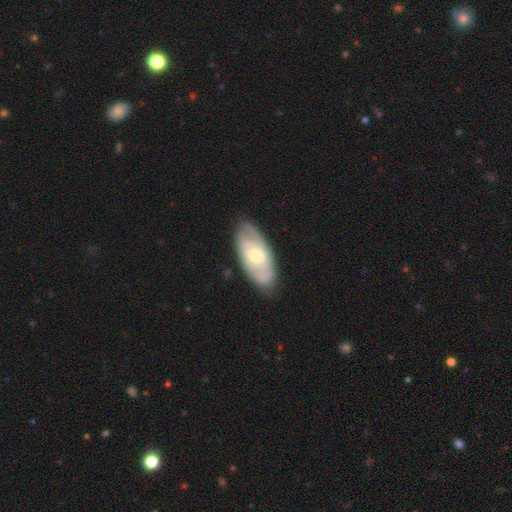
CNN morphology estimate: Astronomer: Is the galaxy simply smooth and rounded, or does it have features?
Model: featured or disk — 60%.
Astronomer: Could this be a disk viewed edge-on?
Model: no — 89%.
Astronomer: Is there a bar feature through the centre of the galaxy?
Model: no — 52% (runner-up: weak, 37%).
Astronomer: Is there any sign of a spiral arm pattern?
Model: yes — 62% (runner-up: no, 38%).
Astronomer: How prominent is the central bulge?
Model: moderate — 66%.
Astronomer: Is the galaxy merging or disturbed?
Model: none — 81%.